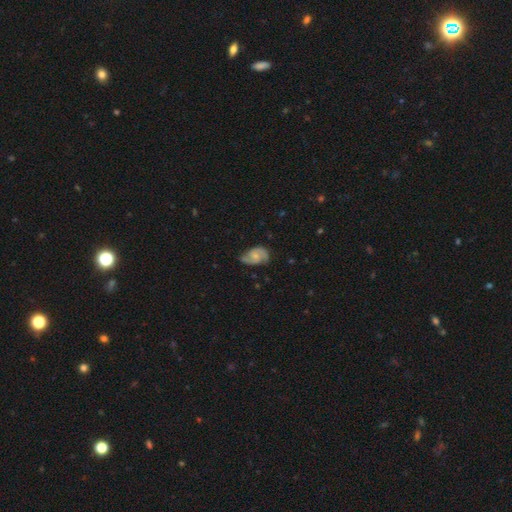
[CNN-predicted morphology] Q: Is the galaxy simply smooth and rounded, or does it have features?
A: featured or disk — 67%.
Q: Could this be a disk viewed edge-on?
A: no — 97%.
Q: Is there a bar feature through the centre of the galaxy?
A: no — 66%.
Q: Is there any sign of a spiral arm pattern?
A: yes — 91%.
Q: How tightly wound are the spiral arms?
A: medium — 46%.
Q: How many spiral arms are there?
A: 2 — 81%.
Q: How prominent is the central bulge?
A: small — 54%.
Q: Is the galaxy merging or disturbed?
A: none — 58%.